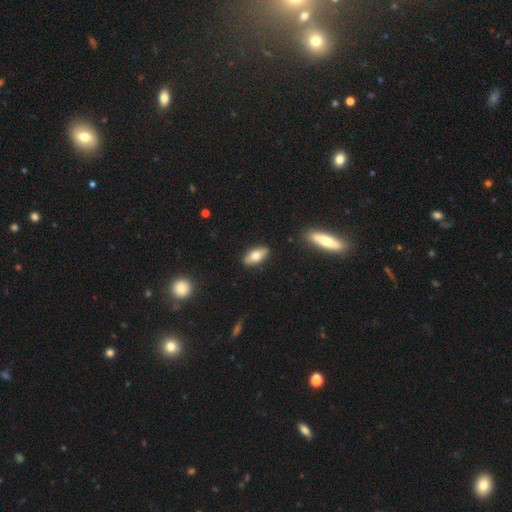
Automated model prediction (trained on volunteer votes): Smooth or featured? smooth (66%)
How rounded? in between (80%)
Merging? none (87%)